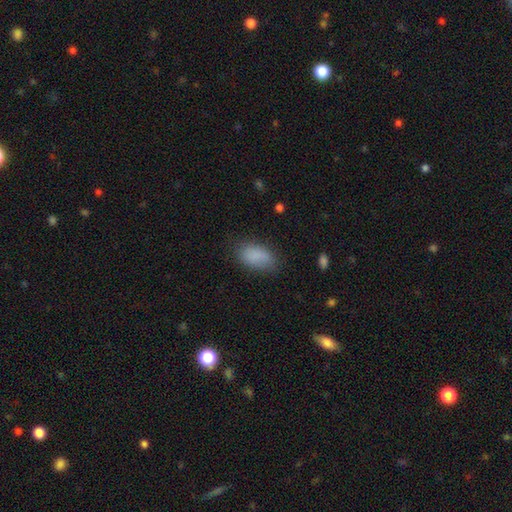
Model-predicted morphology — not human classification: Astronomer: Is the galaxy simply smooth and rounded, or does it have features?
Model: smooth — 86%.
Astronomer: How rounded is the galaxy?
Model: in between — 92%.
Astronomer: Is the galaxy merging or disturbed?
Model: none — 73%.